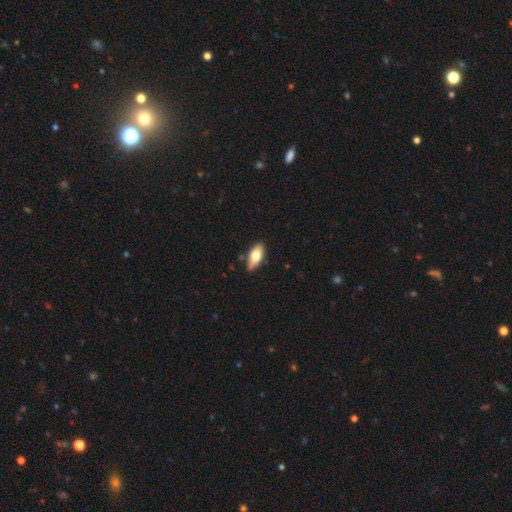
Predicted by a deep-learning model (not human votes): The model was most divided on "smooth or featured": smooth: 70%, featured or disk: 24%, star or artifact: 6%. More confident: how rounded — in between (84%); merging — none (77%).